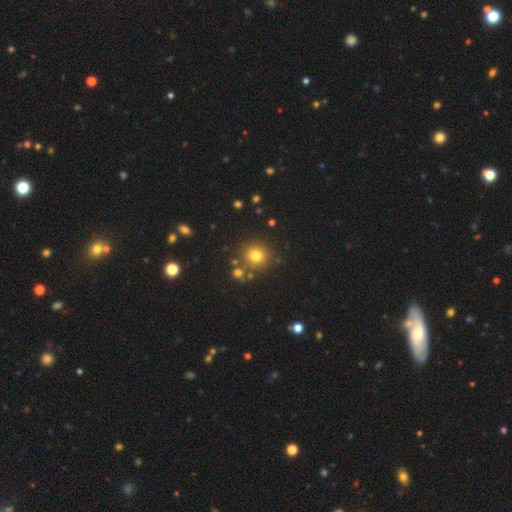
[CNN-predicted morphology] This appears to be a smooth galaxy with no disk features (76%) that is round (89%). Merging: none (80%).